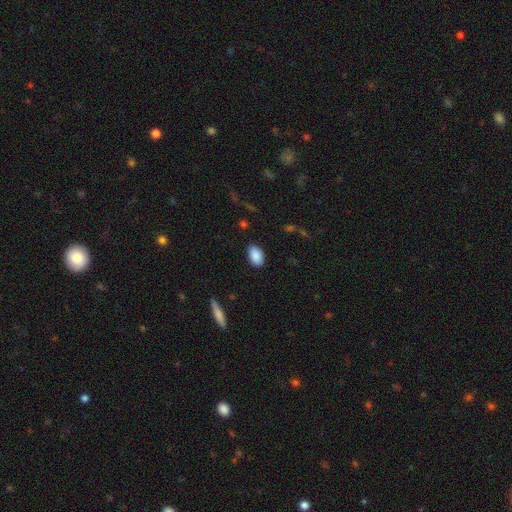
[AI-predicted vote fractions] A smooth galaxy with no disk features (88%) that is in between round and cigar-shaped (92%).

Vote fractions:
- Smooth or featured? smooth: 88% / star or artifact: 7% / featured or disk: 5%
- How rounded? in between: 92% / round: 7% / cigar-shaped: 2%
- Merging? none: 87% / minor disturbance: 9% / major disturbance: 2% / merger: 1%